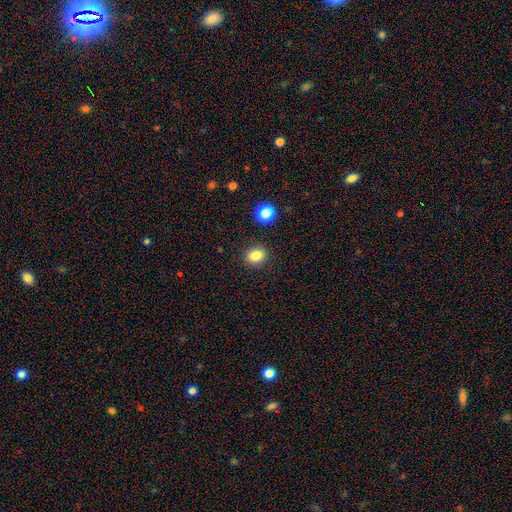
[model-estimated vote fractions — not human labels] Smooth or featured: smooth — 83% (star or artifact — 11%)
How rounded: round — 56% (in between — 43%)
Merging: none — 88% (minor disturbance — 8%)